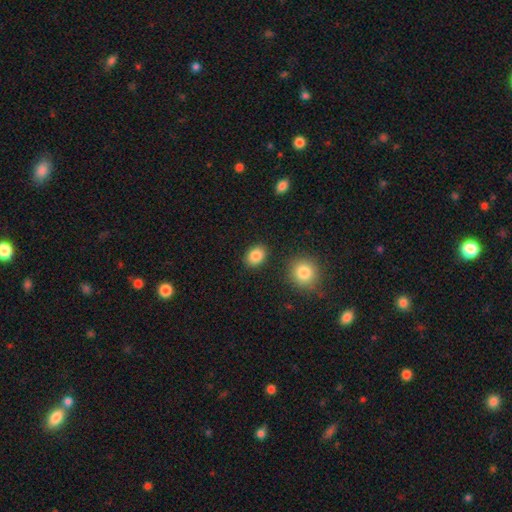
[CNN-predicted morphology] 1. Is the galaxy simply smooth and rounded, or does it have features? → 86% smooth, 9% star or artifact, 5% featured or disk.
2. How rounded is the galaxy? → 64% in between, 35% round, 1% cigar-shaped.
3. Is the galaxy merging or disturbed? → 86% none, 8% minor disturbance, 3% merger, 2% major disturbance.